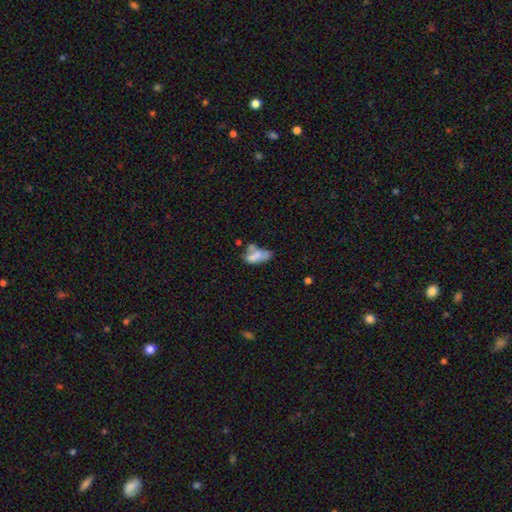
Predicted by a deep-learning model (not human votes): smooth 69%, featured or disk 22%, star or artifact 9%. Down the decision tree: how rounded — in between (81%); merging — merger (34%).